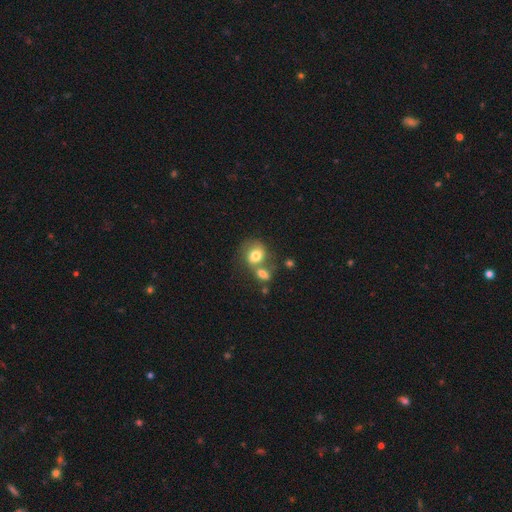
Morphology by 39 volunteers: Volunteers were most divided on "how rounded": round: 62%, in between: 38%, cigar-shaped: 0%. More confident: smooth or featured — smooth (82%); merging — merger (68%).